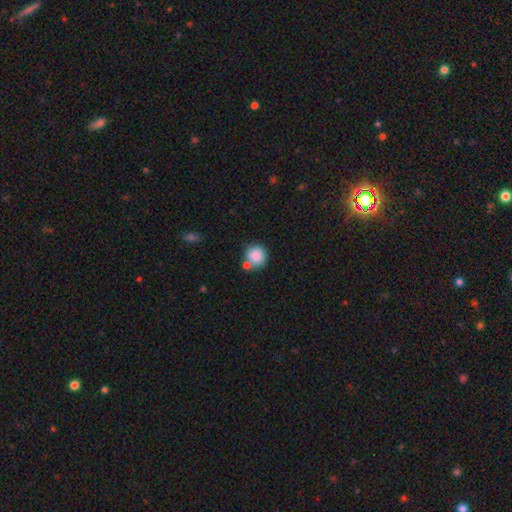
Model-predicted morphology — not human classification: The model was most divided on "merging": none: 65%, merger: 20%, minor disturbance: 12%, major disturbance: 4%. More confident: how rounded — round (89%); smooth or featured — smooth (86%).